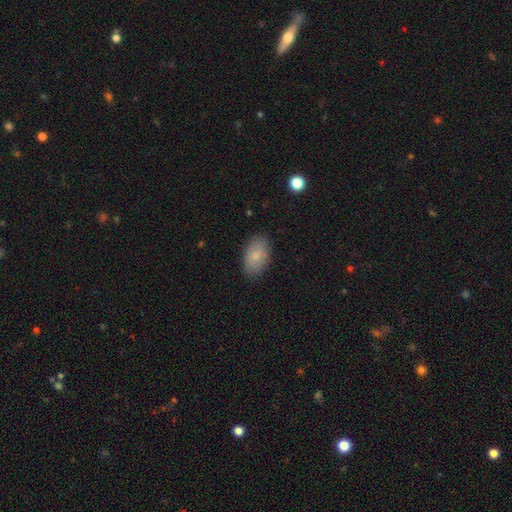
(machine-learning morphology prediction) This appears to be a smooth galaxy with no disk features (78%) that is in between round and cigar-shaped (92%). Merging: none (83%).